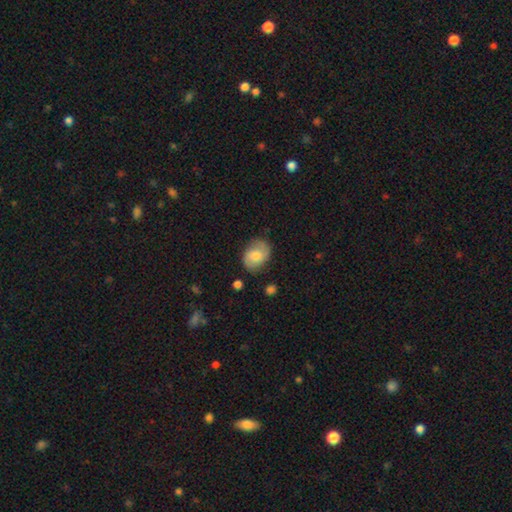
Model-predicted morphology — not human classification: Smooth or featured? Predicted: smooth (p=0.57). How rounded? Predicted: in between (p=0.68). Merging? Predicted: none (p=0.74).